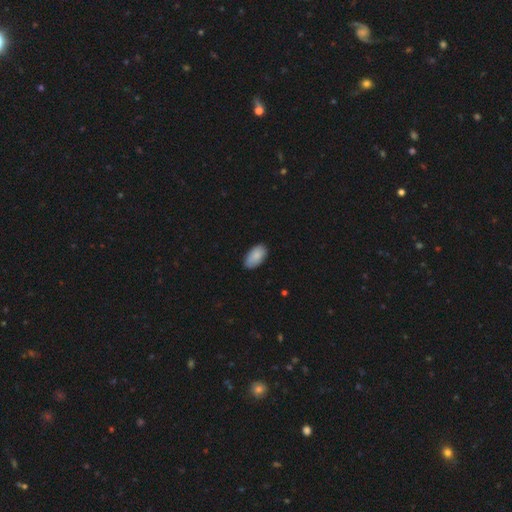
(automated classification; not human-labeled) Smooth or featured: smooth — 85% (featured or disk — 8%)
How rounded: in between — 95% (round — 3%)
Merging: none — 83% (minor disturbance — 14%)